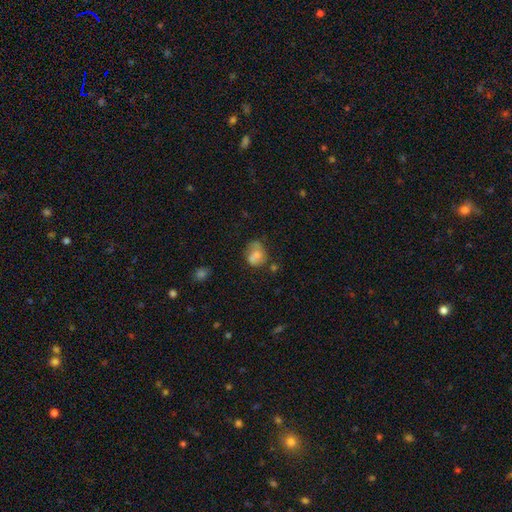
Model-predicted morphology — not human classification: smooth 69%, featured or disk 20%, star or artifact 11%. Down the decision tree: how rounded — in between (52%); merging — none (38%).